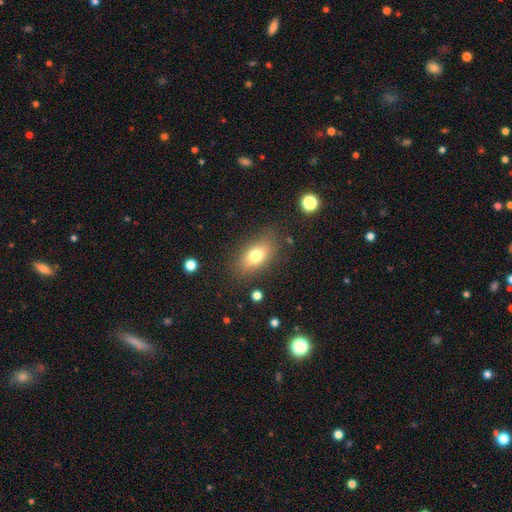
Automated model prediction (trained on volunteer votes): This appears to be a smooth galaxy with no disk features (75%) that is in between round and cigar-shaped (83%). Merging: none (80%).